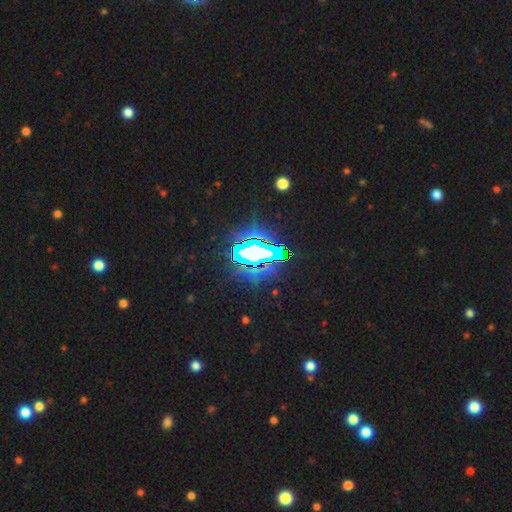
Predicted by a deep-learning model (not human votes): Overall: star or artifact (68%).